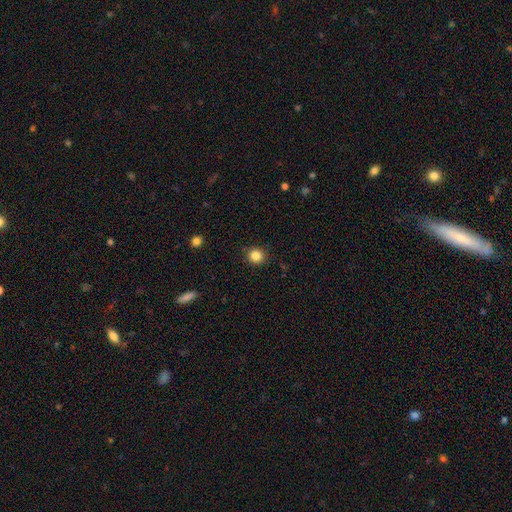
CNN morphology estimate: Smooth or featured? smooth (85%)
How rounded? round (91%)
Merging? none (90%)